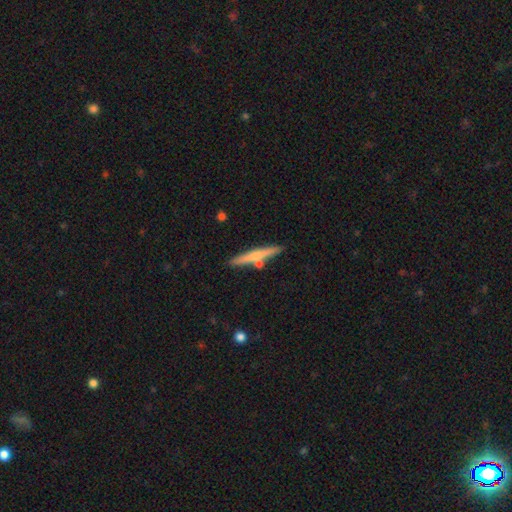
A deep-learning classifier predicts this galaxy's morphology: Q: Smooth or featured?
A: smooth (54%); runner-up: featured or disk (40%)
Q: How rounded?
A: cigar-shaped (94%); runner-up: in between (4%)
Q: Merging?
A: none (78%); runner-up: merger (10%)